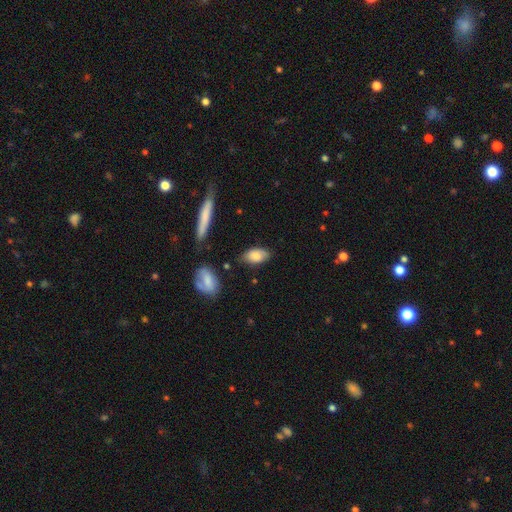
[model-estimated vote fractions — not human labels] Smooth or featured? smooth (79%)
How rounded? in between (91%)
Merging? none (71%)